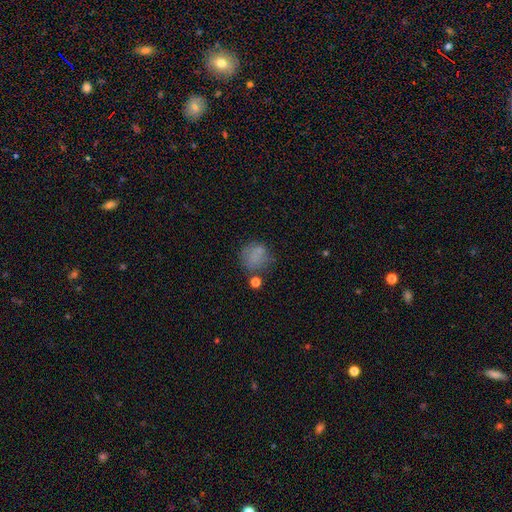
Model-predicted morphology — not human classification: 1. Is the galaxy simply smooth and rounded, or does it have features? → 71% smooth, 15% star or artifact, 14% featured or disk.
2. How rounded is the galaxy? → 82% round, 17% in between, 1% cigar-shaped.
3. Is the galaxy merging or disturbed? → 57% none, 21% minor disturbance, 12% major disturbance, 9% merger.